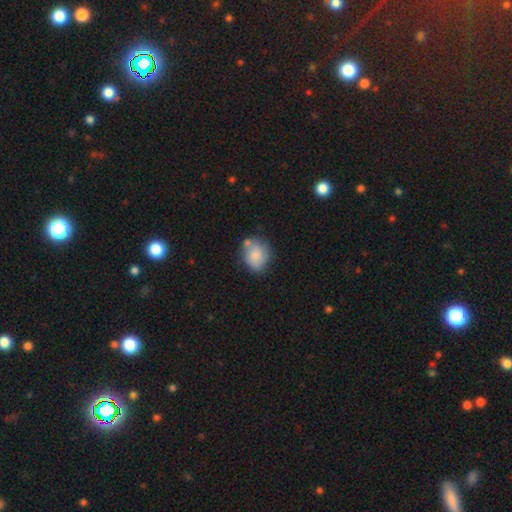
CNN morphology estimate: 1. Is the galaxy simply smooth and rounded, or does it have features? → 71% smooth, 22% featured or disk, 8% star or artifact.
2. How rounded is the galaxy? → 62% round, 37% in between, 1% cigar-shaped.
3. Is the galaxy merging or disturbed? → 56% none, 23% minor disturbance, 14% merger, 7% major disturbance.